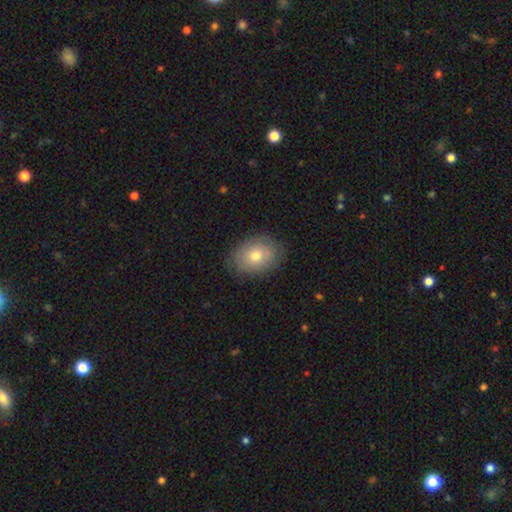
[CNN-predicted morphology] smooth_or_featured: smooth (p=0.73) [alt: featured or disk p=0.19]
how_rounded: in between (p=0.65) [alt: round p=0.34]
merging: none (p=0.81) [alt: minor disturbance p=0.14]